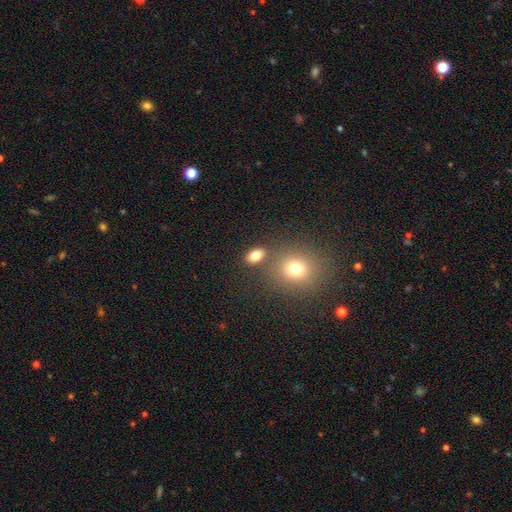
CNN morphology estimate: Smooth or featured? smooth (81%)
How rounded? in between (79%)
Merging? none (73%)